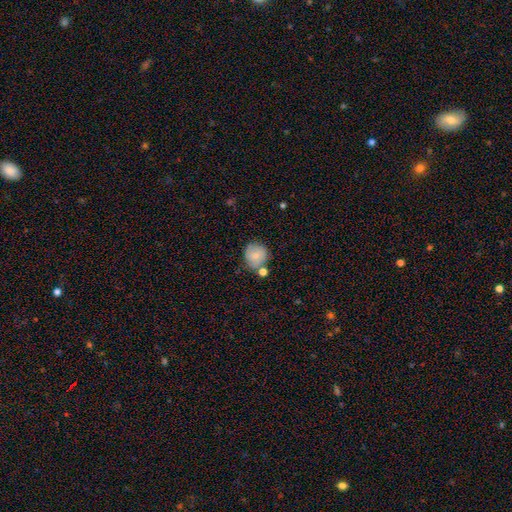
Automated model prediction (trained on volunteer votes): This appears to be a smooth galaxy with no disk features (75%) that is round (84%). Merging: none (62%).